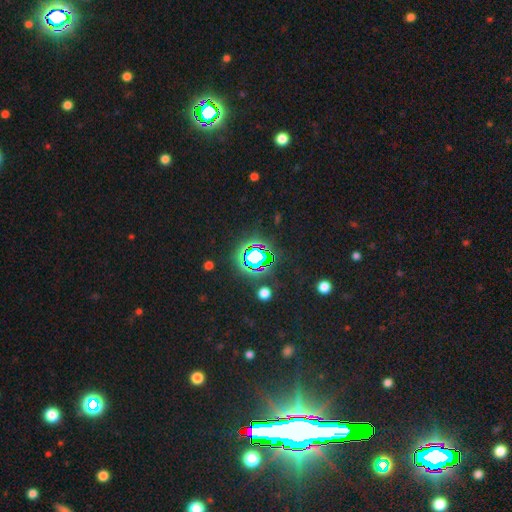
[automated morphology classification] A star or artifact, not a galaxy (82%).